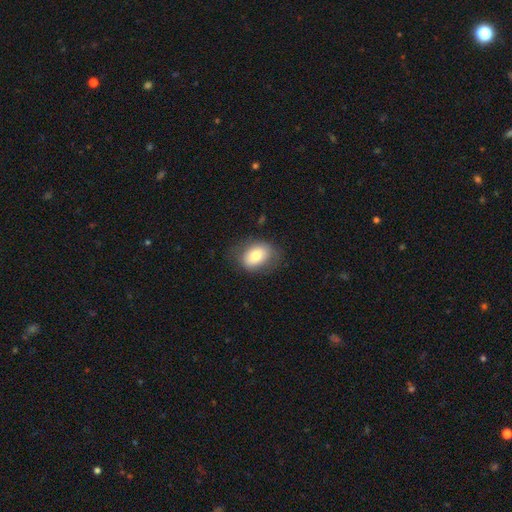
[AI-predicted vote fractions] Smooth or featured? smooth (75%)
How rounded? in between (75%)
Merging? none (71%)